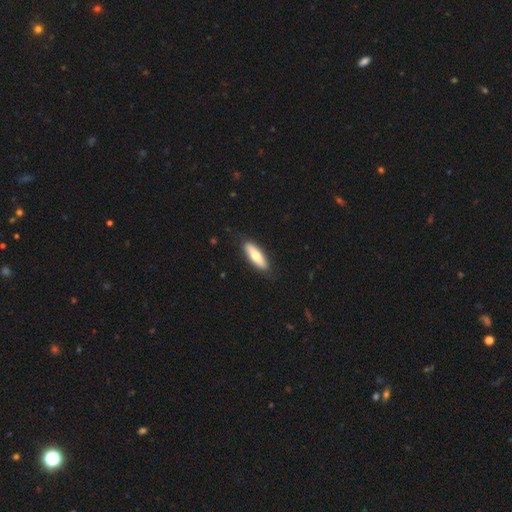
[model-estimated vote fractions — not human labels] Smooth or featured? smooth (65%)
How rounded? in between (51%)
Merging? none (87%)